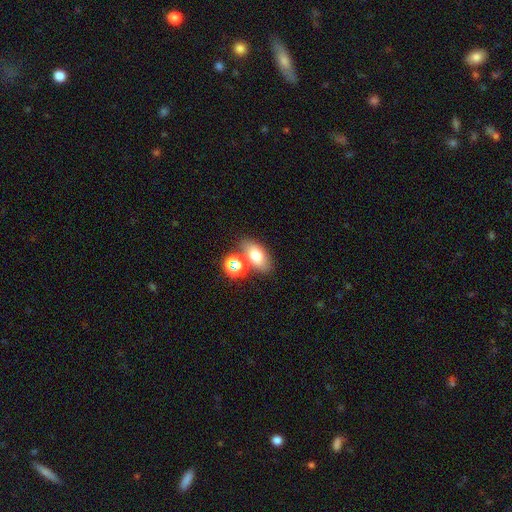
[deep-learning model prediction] A smooth galaxy with no disk features (72%) that is in between round and cigar-shaped (82%). Merging: none (62%).